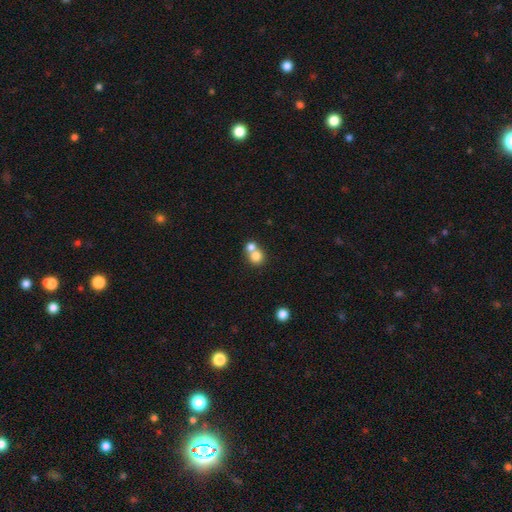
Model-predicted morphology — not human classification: This is likely a smooth galaxy (78%). How rounded: clearly round (85%). Merging: possibly merger (55%).